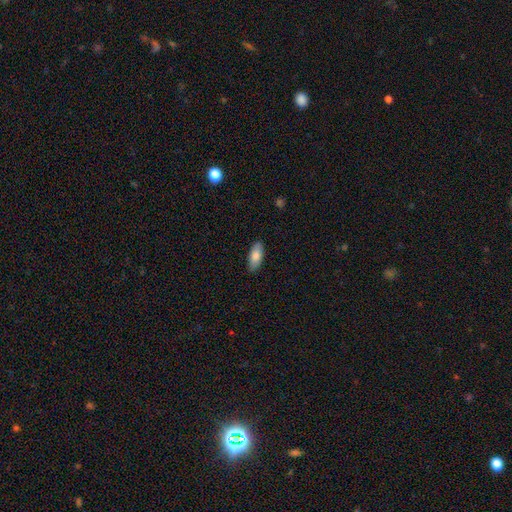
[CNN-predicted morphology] Q: Smooth or featured?
A: smooth (81%); runner-up: featured or disk (13%)
Q: How rounded?
A: in between (83%); runner-up: cigar-shaped (15%)
Q: Merging?
A: none (88%); runner-up: minor disturbance (9%)